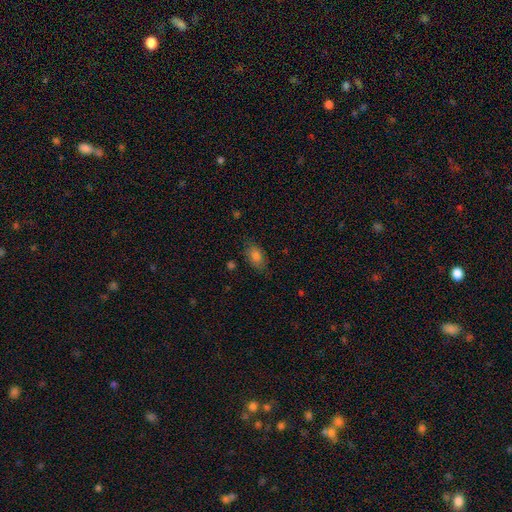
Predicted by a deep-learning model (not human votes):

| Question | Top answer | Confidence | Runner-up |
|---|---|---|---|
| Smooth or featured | smooth | 78% | featured or disk (11%) |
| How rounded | in between | 87% | round (10%) |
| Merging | none | 78% | minor disturbance (16%) |